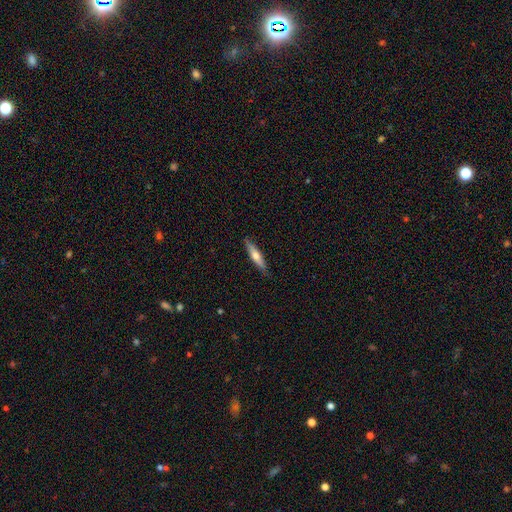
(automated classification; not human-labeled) The model was most divided on "smooth or featured": smooth: 48%, featured or disk: 46%, star or artifact: 5%. More confident: merging — none (88%).